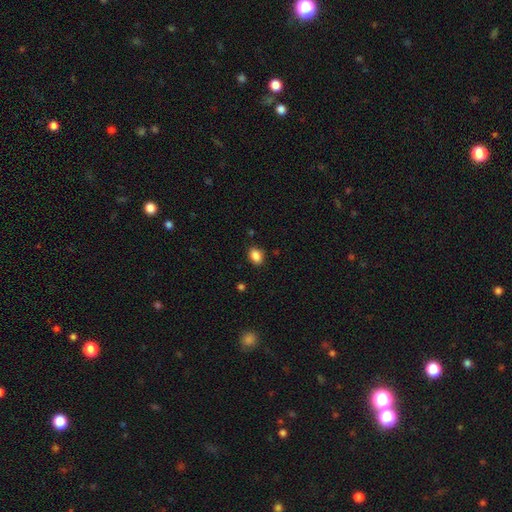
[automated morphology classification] Overall: smooth (87%). How rounded: in between (74%). Merging: none (86%).